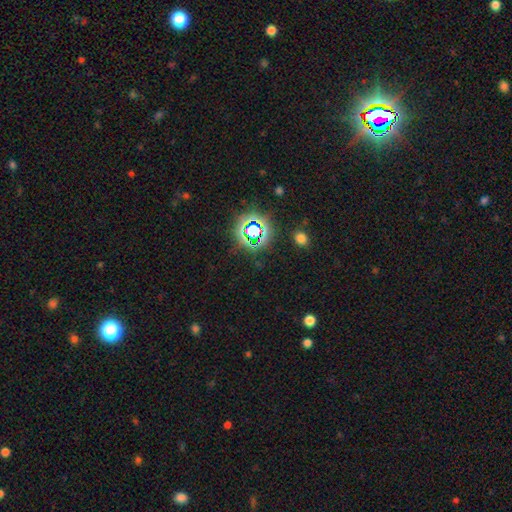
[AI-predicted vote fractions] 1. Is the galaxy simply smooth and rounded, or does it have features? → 78% star or artifact, 14% smooth, 8% featured or disk.